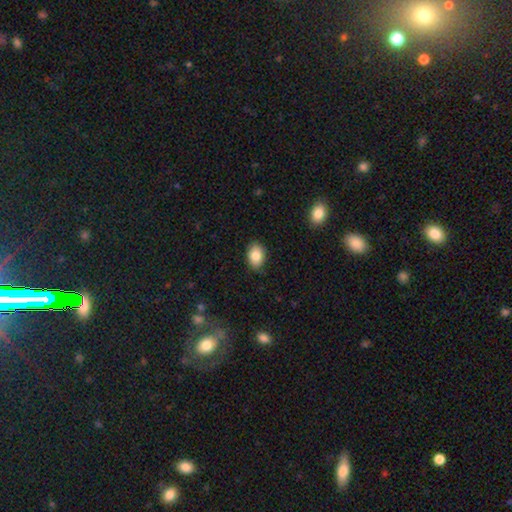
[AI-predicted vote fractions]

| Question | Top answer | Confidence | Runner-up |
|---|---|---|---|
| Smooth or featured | smooth | 85% | featured or disk (8%) |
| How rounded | in between | 82% | round (17%) |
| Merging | none | 86% | minor disturbance (11%) |